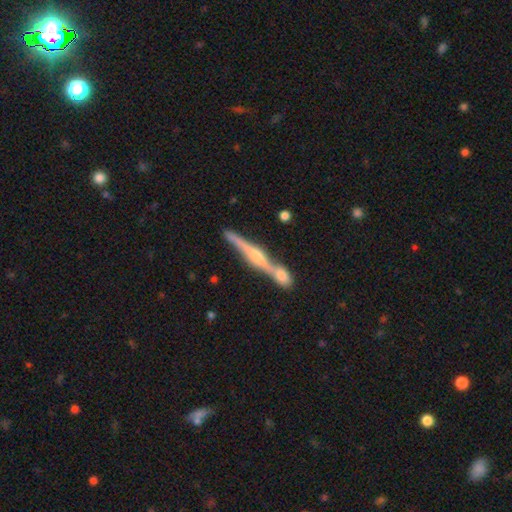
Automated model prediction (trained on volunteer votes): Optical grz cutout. It shows a featured or disk galaxy (76%) viewed edge-on (96%) with a rounded central bulge (78%). Merging: none (55%).